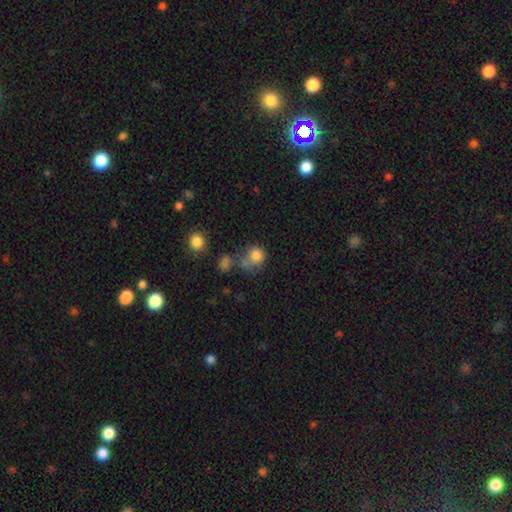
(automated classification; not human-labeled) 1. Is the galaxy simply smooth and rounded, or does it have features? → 80% smooth, 11% star or artifact, 9% featured or disk.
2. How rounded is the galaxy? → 78% round, 21% in between, 1% cigar-shaped.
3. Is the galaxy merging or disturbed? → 43% none, 28% merger, 18% minor disturbance, 11% major disturbance.